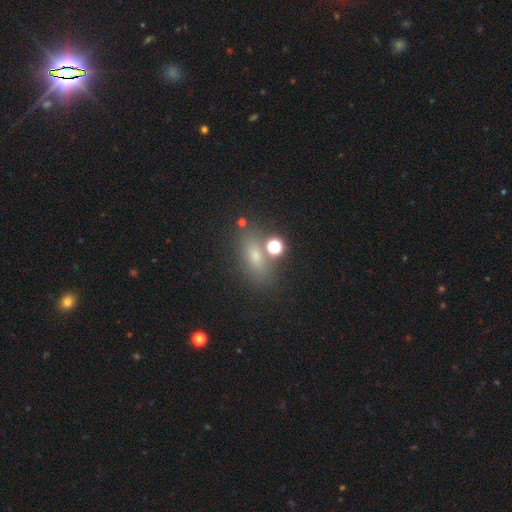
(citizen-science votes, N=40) Smooth or featured? smooth (82%)
How rounded? in between (79%)
Merging? none (63%)